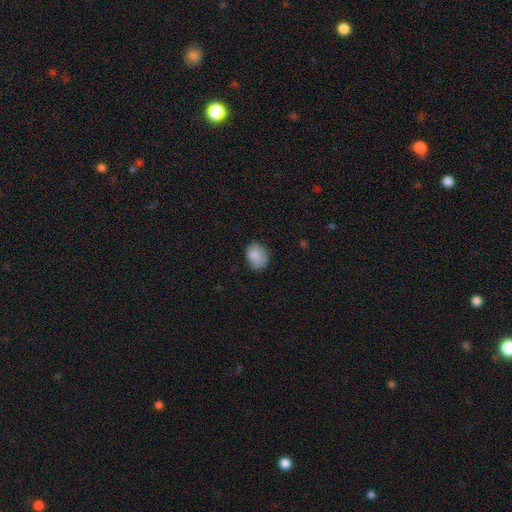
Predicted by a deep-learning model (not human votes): A smooth galaxy with no disk features (85%) that is in between round and cigar-shaped (58%). Merging: none (68%).